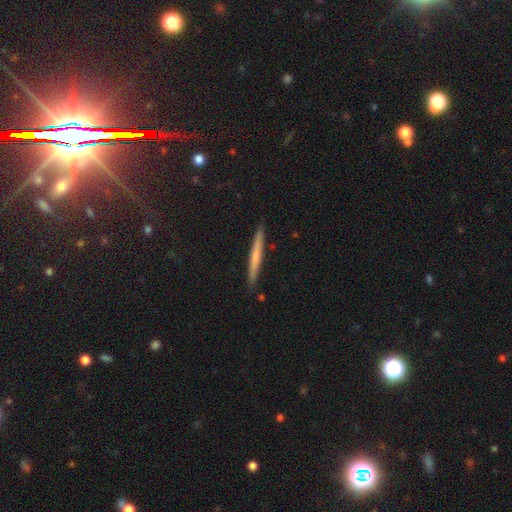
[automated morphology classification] type=smooth (55%); roundness=cigar-shaped (97%); merging=none (91%).